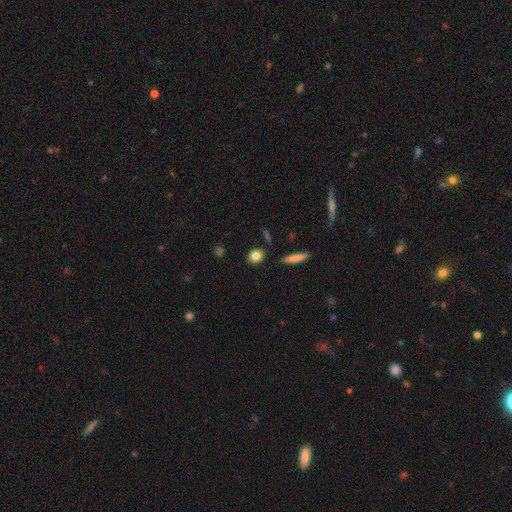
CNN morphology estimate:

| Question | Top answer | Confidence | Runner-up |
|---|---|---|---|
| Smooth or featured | smooth | 83% | star or artifact (9%) |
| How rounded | round | 59% | in between (37%) |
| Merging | none | 85% | minor disturbance (9%) |